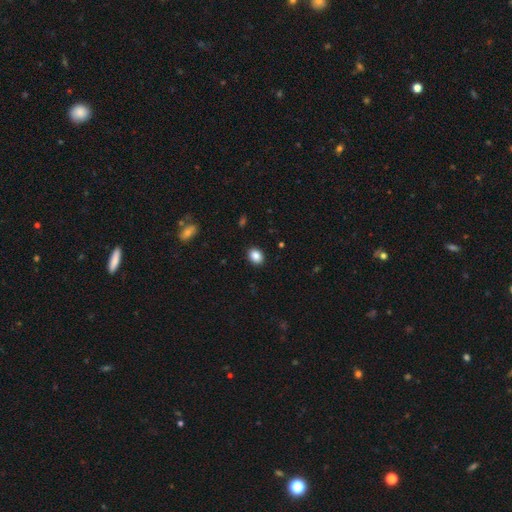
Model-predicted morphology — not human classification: The model was most divided on "how rounded": in between: 57%, round: 42%, cigar-shaped: 1%. More confident: merging — none (90%); smooth or featured — smooth (87%).